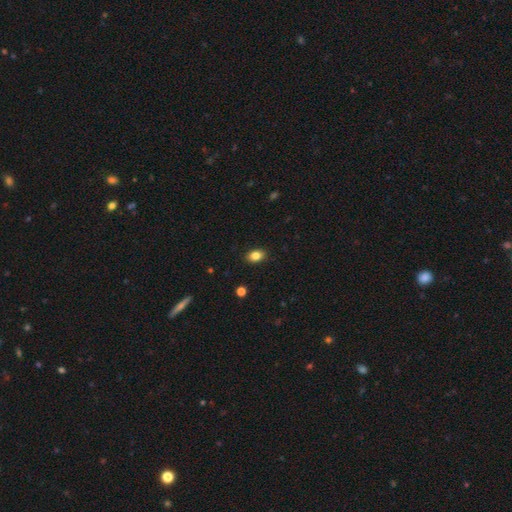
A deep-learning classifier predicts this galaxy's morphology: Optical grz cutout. It shows a smooth galaxy with no disk features (84%) that is in between round and cigar-shaped (81%). Merging: none (89%).